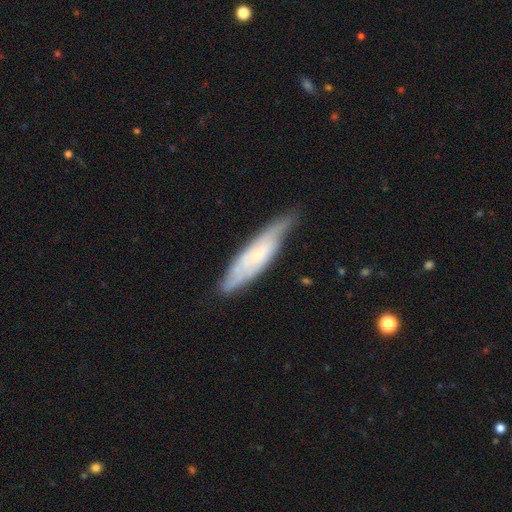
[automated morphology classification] smooth_or_featured: featured or disk (p=0.55) [alt: smooth p=0.39]
disk_edge_on: no (p=0.58) [alt: yes p=0.42]
merging: none (p=0.65) [alt: minor disturbance p=0.27]